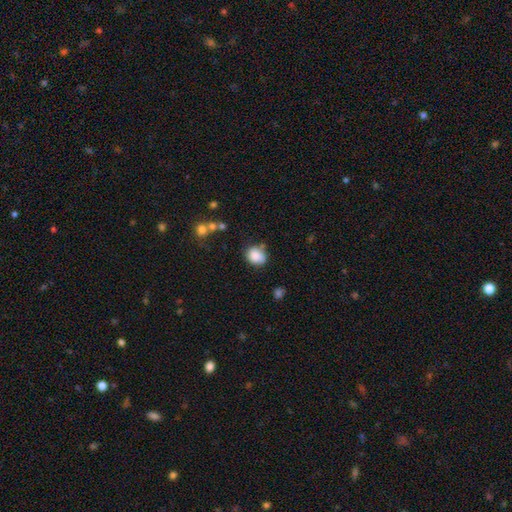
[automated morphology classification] The model was most divided on "how rounded": round: 53%, in between: 46%, cigar-shaped: 1%. More confident: smooth or featured — smooth (84%); merging — none (64%).